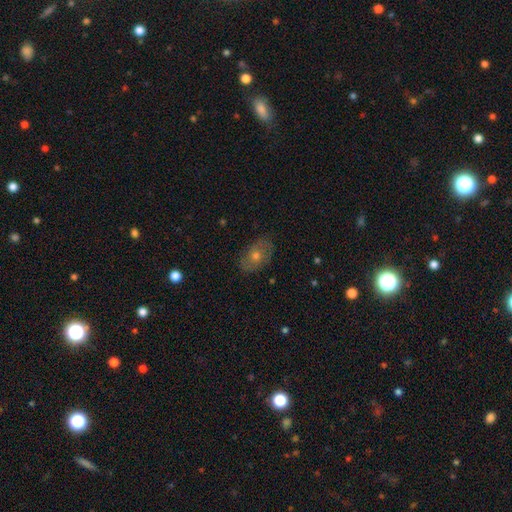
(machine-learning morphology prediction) A featured or disk galaxy (44%).

Vote fractions:
- Smooth or featured? featured or disk: 44% / smooth: 42% / star or artifact: 13%
- Merging? none: 81% / minor disturbance: 14% / major disturbance: 4% / merger: 1%